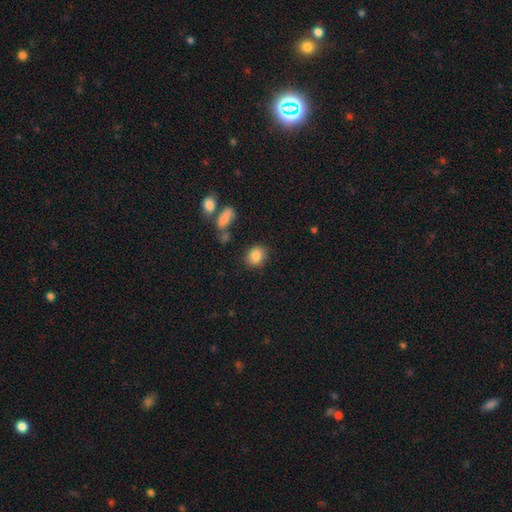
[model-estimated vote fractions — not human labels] The model was most divided on "how rounded": round: 59%, in between: 40%, cigar-shaped: 1%. More confident: smooth or featured — smooth (85%); merging — none (82%).